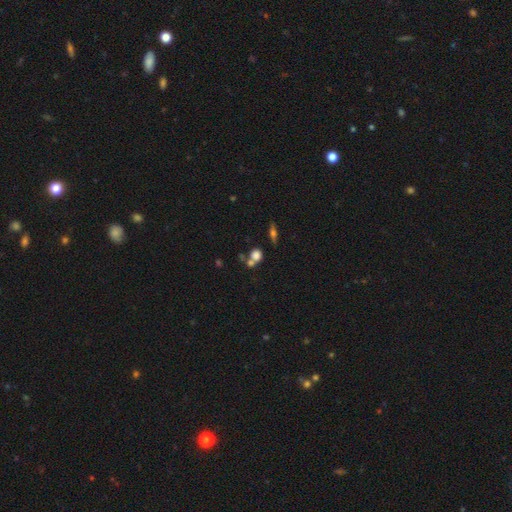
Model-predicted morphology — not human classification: This is likely a smooth galaxy (66%). How rounded: likely round (76%). Merging: possibly none (51%).